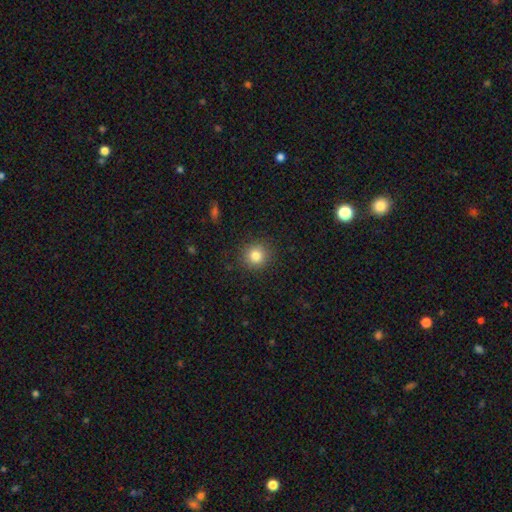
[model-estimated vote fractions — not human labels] smooth-or-featured: smooth: 82% | star or artifact: 12% | featured or disk: 6%
  how-rounded: round: 91% | in between: 8% | cigar-shaped: 1%
  merging: none: 90% | minor disturbance: 7% | major disturbance: 2% | merger: 1%